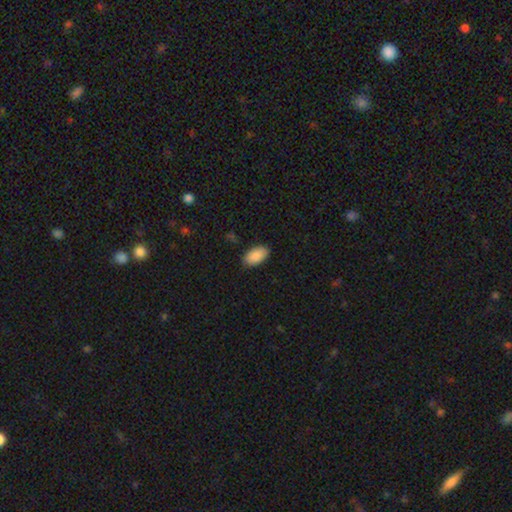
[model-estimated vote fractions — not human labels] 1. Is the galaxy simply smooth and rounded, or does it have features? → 89% smooth, 6% star or artifact, 4% featured or disk.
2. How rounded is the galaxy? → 95% in between, 3% round, 2% cigar-shaped.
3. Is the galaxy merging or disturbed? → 85% none, 11% minor disturbance, 2% major disturbance, 1% merger.